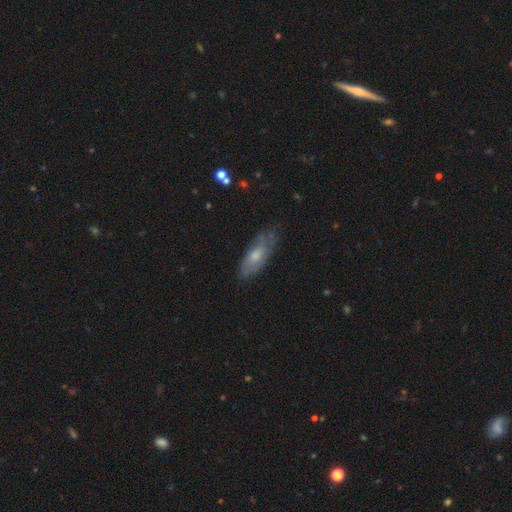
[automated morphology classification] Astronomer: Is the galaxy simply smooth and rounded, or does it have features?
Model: smooth — 54% (runner-up: featured or disk, 39%).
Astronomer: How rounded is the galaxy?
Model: in between — 67%.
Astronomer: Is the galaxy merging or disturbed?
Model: none — 64%.